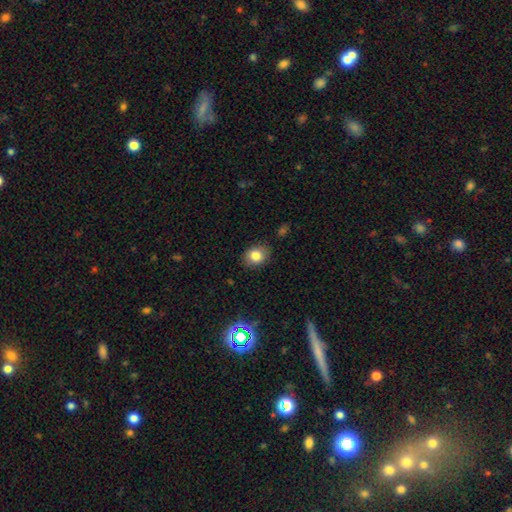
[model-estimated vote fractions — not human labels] This is clearly a smooth galaxy (81%). How rounded: possibly round (50%). Merging: clearly none (84%).